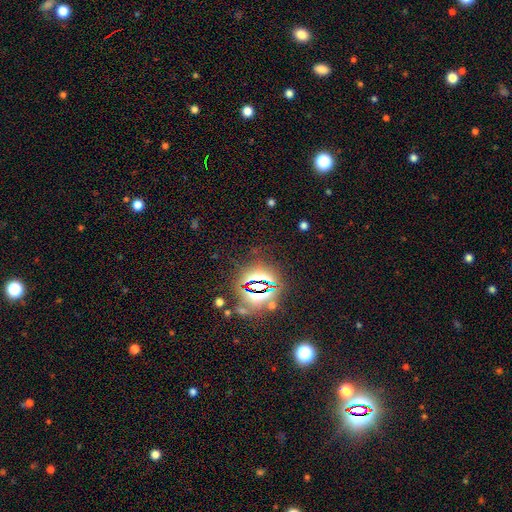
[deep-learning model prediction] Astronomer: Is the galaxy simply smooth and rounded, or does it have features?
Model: star or artifact — 83%.